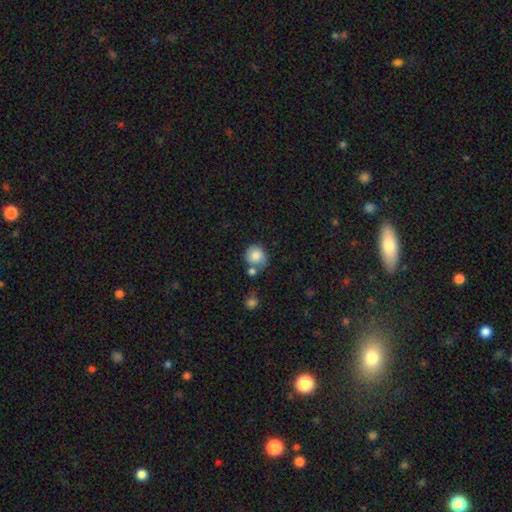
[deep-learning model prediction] smooth 83%, star or artifact 9%, featured or disk 8%. Down the decision tree: how rounded — round (84%); merging — none (57%).